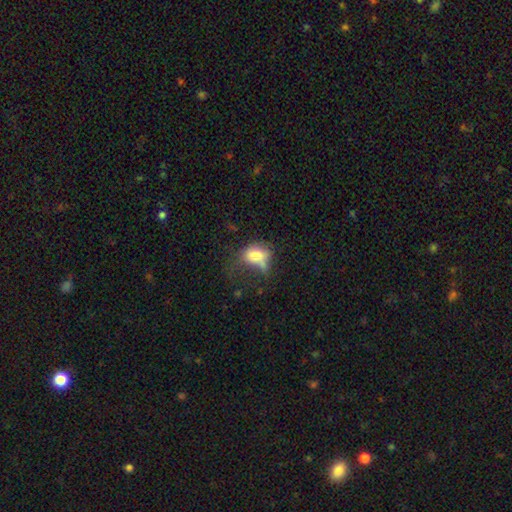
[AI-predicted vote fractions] Smooth or featured? Predicted: smooth (p=0.71). How rounded? Predicted: in between (p=0.73). Merging? Predicted: major disturbance (p=0.32).